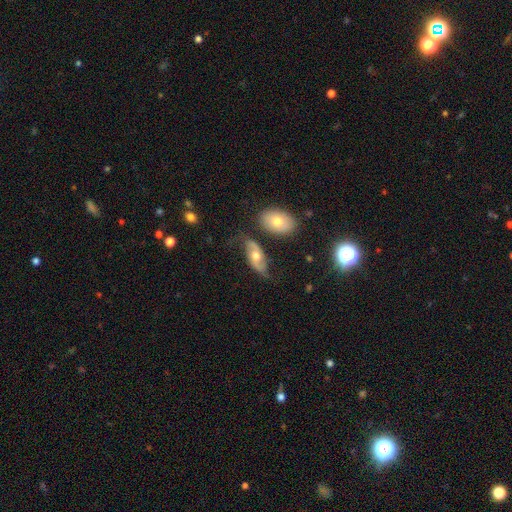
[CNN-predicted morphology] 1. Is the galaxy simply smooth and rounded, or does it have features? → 62% featured or disk, 31% smooth, 7% star or artifact.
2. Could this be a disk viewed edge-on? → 89% no, 11% yes.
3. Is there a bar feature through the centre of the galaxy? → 66% no, 25% weak, 9% strong.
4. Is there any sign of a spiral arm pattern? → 77% yes, 23% no.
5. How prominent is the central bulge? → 74% moderate, 14% small, 9% large, 2% none, 1% dominant.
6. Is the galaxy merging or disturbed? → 58% none, 23% minor disturbance, 11% major disturbance, 8% merger.